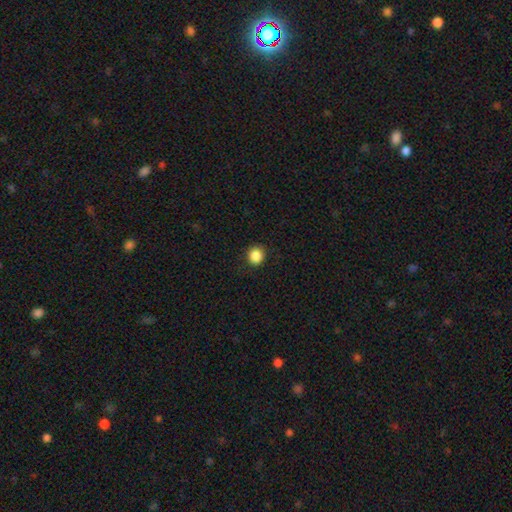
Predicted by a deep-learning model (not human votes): Smooth or featured?
  - smooth: 87% *
  - star or artifact: 10%
  - featured or disk: 3%
How rounded?
  - round: 87% *
  - in between: 12%
  - cigar-shaped: 1%
Merging?
  - none: 89% *
  - minor disturbance: 7%
  - major disturbance: 2%
  - merger: 1%